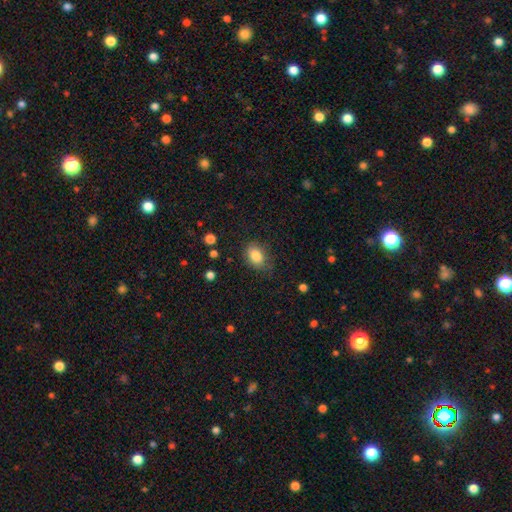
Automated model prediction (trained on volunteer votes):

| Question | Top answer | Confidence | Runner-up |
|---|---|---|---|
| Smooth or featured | smooth | 84% | star or artifact (9%) |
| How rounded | in between | 75% | round (23%) |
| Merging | none | 71% | minor disturbance (21%) |